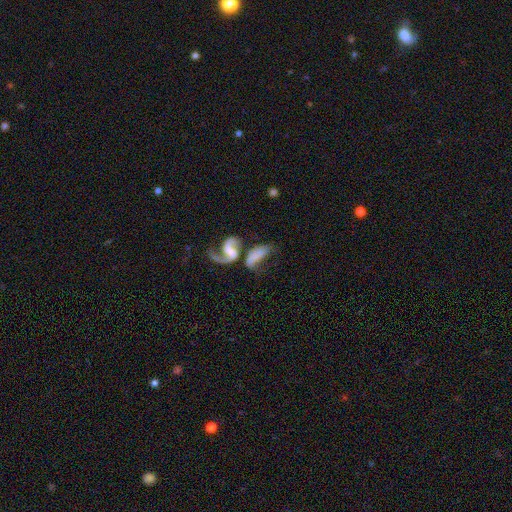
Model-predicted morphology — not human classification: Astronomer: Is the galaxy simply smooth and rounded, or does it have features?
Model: featured or disk — 57% (runner-up: smooth, 33%).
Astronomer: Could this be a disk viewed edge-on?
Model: no — 94%.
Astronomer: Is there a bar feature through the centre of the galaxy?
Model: no — 52% (runner-up: weak, 29%).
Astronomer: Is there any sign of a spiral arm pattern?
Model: yes — 69%.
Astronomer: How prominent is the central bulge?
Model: none — 47% (runner-up: small, 26%).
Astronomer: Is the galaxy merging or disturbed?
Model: merger — 57%.